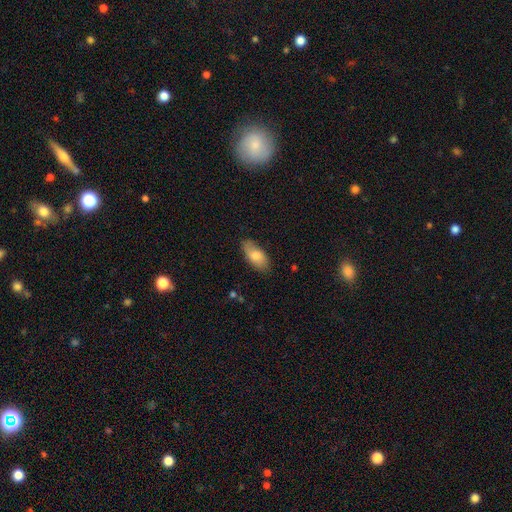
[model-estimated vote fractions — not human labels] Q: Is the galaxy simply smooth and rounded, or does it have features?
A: smooth — 76%.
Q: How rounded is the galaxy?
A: in between — 90%.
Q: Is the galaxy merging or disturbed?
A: none — 77%.